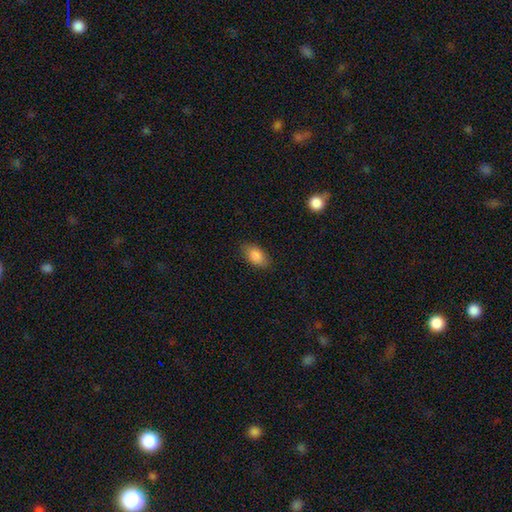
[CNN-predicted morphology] This is clearly a smooth galaxy (87%). How rounded: clearly in between (91%). Merging: clearly none (82%).